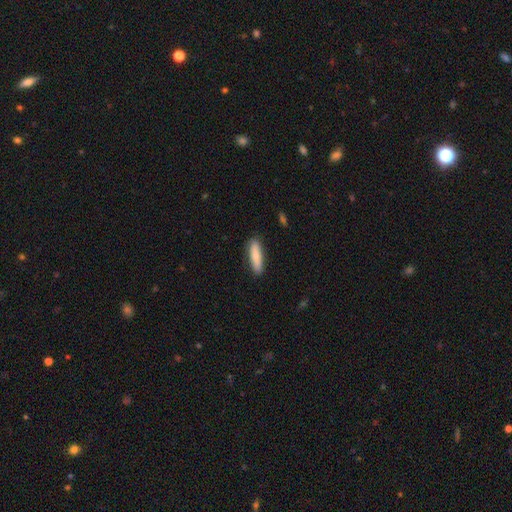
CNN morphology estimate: A smooth galaxy with no disk features (79%) that is cigar-shaped (69%). Merging: none (86%).